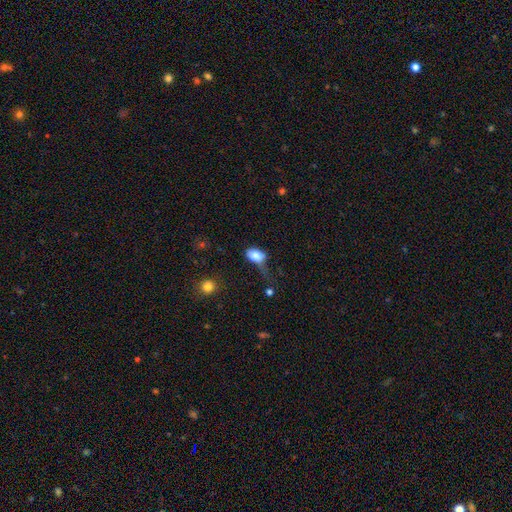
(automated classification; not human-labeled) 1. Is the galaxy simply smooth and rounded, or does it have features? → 82% smooth, 10% featured or disk, 8% star or artifact.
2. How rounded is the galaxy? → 85% in between, 12% round, 2% cigar-shaped.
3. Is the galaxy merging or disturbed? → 34% major disturbance, 31% minor disturbance, 29% none, 6% merger.